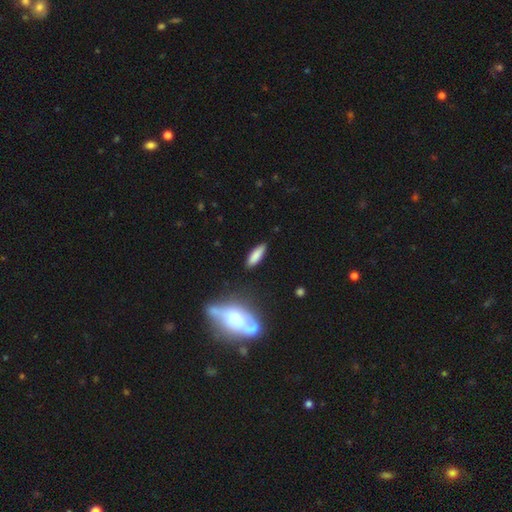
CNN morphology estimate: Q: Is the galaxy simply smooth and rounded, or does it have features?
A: smooth — 81%.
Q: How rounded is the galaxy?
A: cigar-shaped — 51%.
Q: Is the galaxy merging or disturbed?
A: none — 85%.